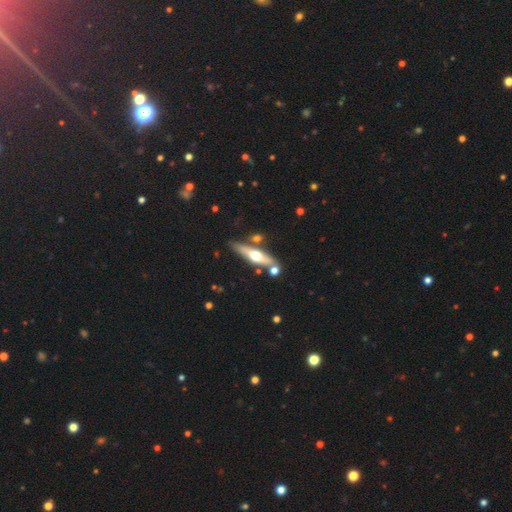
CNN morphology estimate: A featured or disk galaxy (58%) viewed edge-on (88%) with a rounded central bulge (93%).

Vote fractions:
- Smooth or featured? featured or disk: 58% / smooth: 36% / star or artifact: 6%
- Edge-on disk? yes: 88% / no: 12%
- Edge-on bulge? rounded: 93% / none: 4% / boxy: 3%
- Merging? none: 74% / minor disturbance: 12% / merger: 11% / major disturbance: 3%